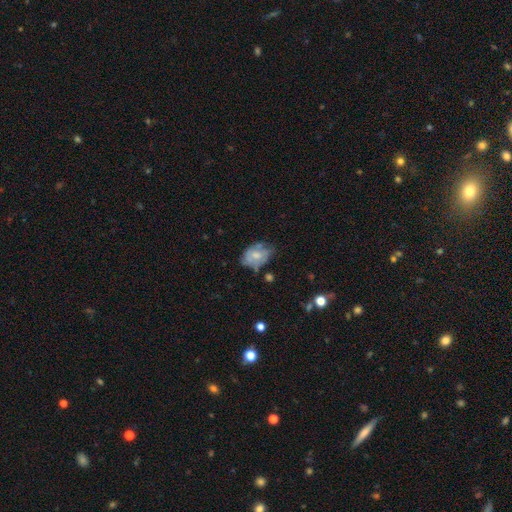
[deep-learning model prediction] This is possibly a smooth galaxy (51%). How rounded: likely in between (80%). Merging: possibly none (46%).